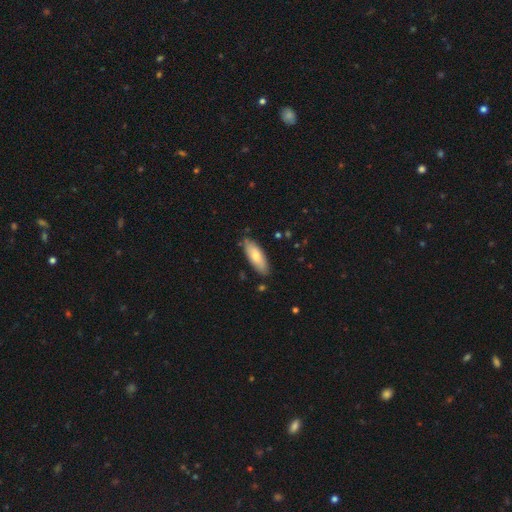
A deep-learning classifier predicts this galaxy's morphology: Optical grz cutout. It shows a smooth galaxy with no disk features (77%) that is in between round and cigar-shaped (67%). Merging: none (82%).